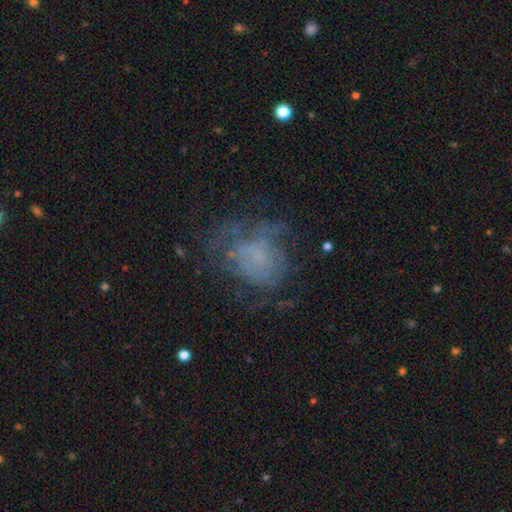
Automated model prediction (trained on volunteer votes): smooth-or-featured: featured or disk: 43% | smooth: 38% | star or artifact: 18%
  merging: none: 50% | major disturbance: 27% | minor disturbance: 21% | merger: 2%